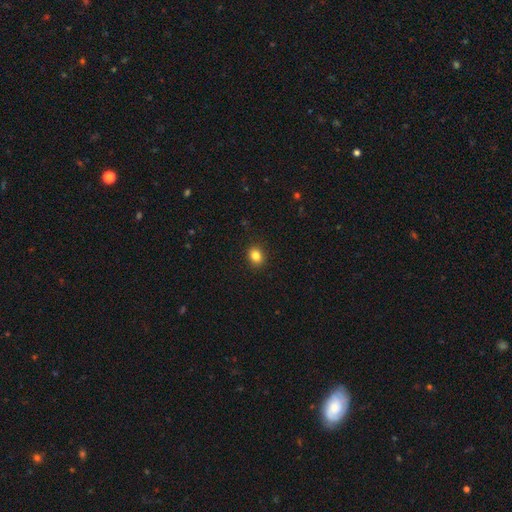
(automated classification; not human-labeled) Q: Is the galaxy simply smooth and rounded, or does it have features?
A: smooth — 84%.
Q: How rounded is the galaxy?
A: round — 57%.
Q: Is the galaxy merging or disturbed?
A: none — 90%.